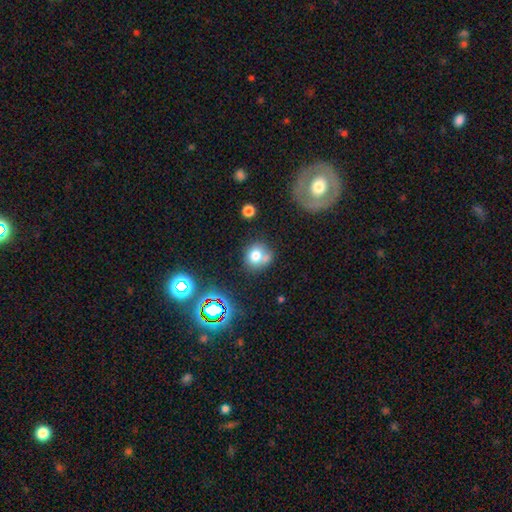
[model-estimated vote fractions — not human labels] A smooth galaxy with no disk features (73%) that is round (80%).

Vote fractions:
- Smooth or featured? smooth: 73% / star or artifact: 14% / featured or disk: 13%
- How rounded? round: 80% / in between: 19% / cigar-shaped: 1%
- Merging? none: 53% / merger: 25% / minor disturbance: 16% / major disturbance: 6%